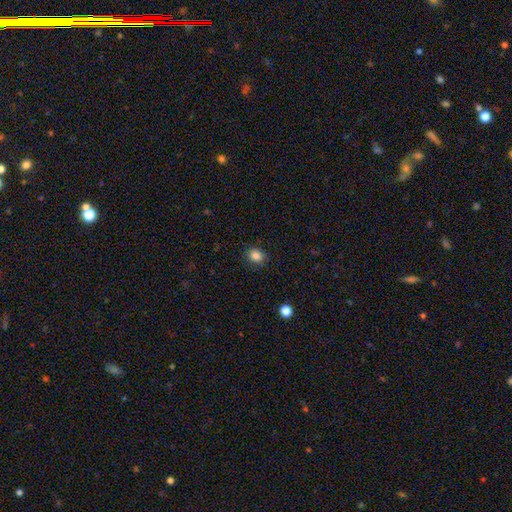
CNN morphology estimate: This appears to be a smooth galaxy with no disk features (86%) that is round (50%). Merging: none (86%).